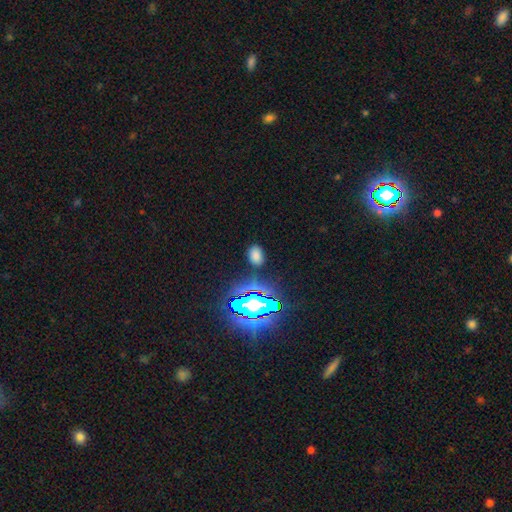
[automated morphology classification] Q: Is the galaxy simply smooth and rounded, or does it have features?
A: smooth — 69%.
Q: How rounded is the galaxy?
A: in between — 80%.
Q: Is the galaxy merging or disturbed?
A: none — 82%.